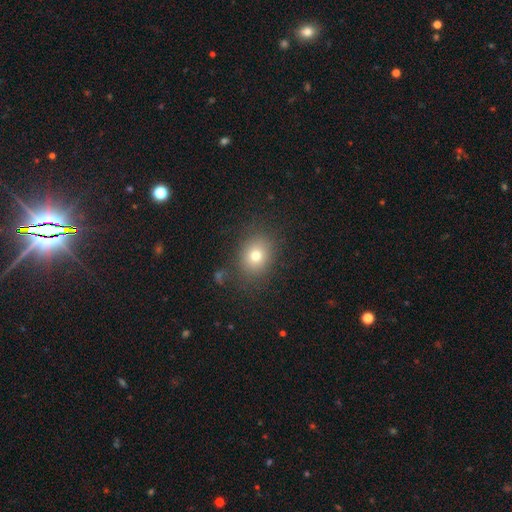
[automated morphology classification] Smooth or featured: smooth — 75% (star or artifact — 14%)
How rounded: round — 56% (in between — 44%)
Merging: none — 83% (minor disturbance — 11%)